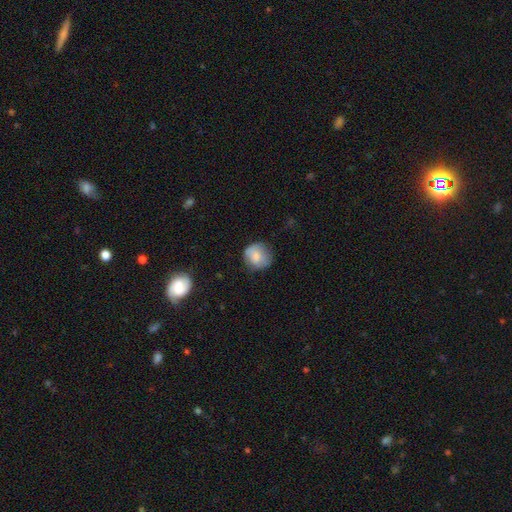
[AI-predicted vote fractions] A smooth galaxy with no disk features (76%) that is round (83%). Merging: none (69%).